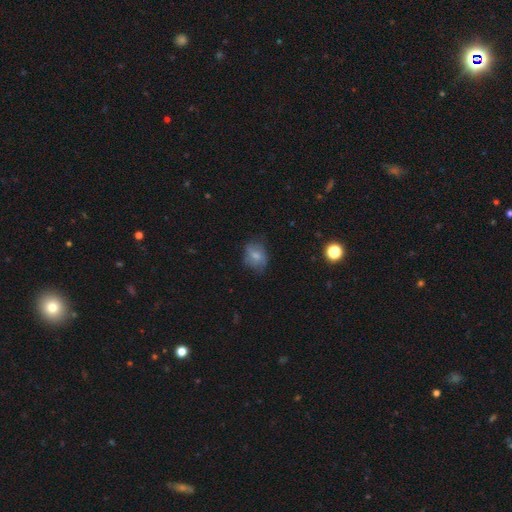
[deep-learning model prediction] This is likely a smooth galaxy (66%). How rounded: possibly in between (51%). Merging: likely none (62%).